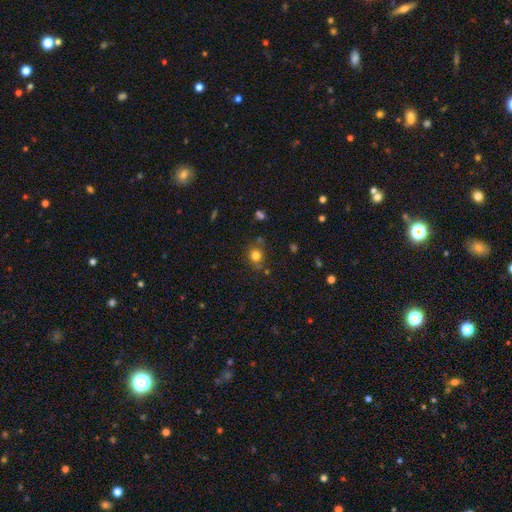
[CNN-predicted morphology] A smooth galaxy with no disk features (78%) that is round (82%). Merging: none (73%).